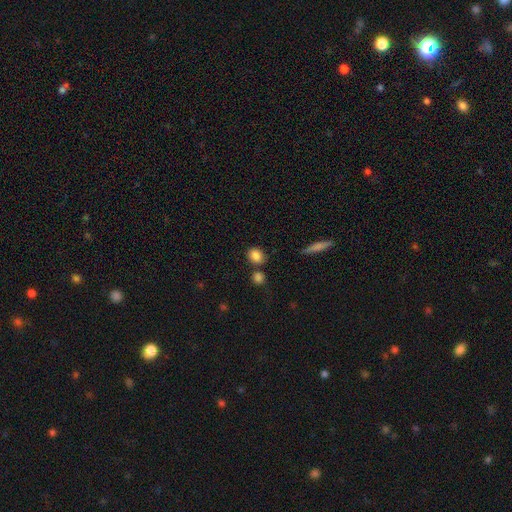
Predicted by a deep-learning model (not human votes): A smooth galaxy with no disk features (85%) that is in between round and cigar-shaped (56%). Merging: none (72%).